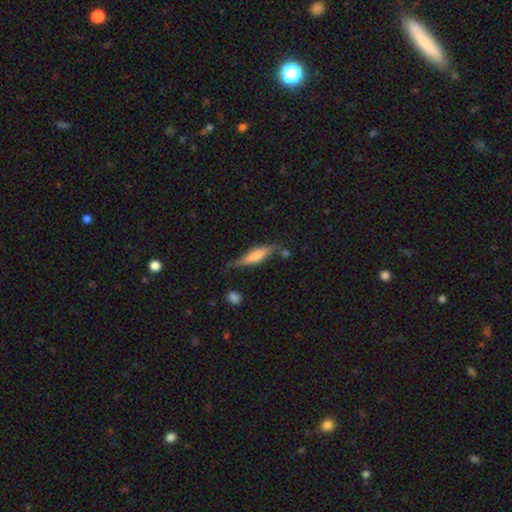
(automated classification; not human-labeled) A featured or disk galaxy (47%).

Vote fractions:
- Smooth or featured? featured or disk: 47% / smooth: 46% / star or artifact: 7%
- Merging? none: 64% / minor disturbance: 23% / major disturbance: 7% / merger: 5%